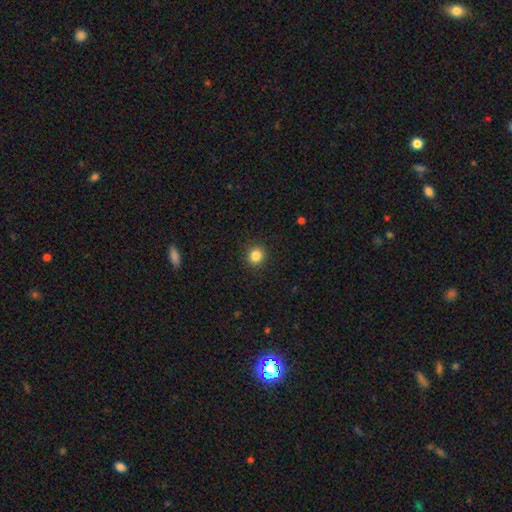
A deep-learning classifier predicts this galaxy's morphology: Smooth or featured?
  - smooth: 84% *
  - star or artifact: 11%
  - featured or disk: 4%
How rounded?
  - round: 89% *
  - in between: 10%
  - cigar-shaped: 1%
Merging?
  - none: 92% *
  - minor disturbance: 5%
  - major disturbance: 2%
  - merger: 1%